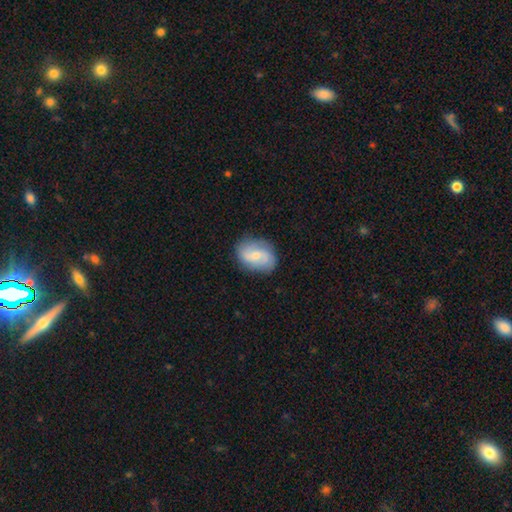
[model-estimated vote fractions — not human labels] This appears to be a featured or disk galaxy (62%) with a weak bar (48%), 2 (82%) loose (43%) spiral arms (89%) and a small central bulge (56%). Merging: none (80%).